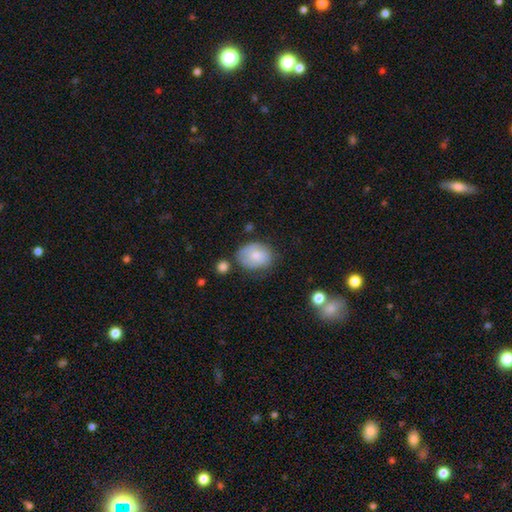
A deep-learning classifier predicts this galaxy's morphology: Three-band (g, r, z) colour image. It shows a smooth galaxy with no disk features (67%) that is in between round and cigar-shaped (52%). Merging: none (61%).